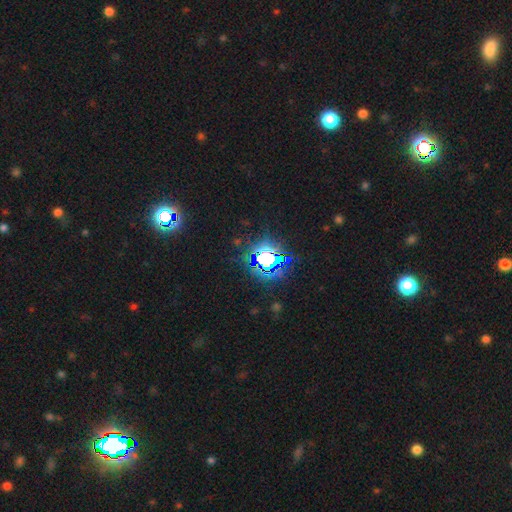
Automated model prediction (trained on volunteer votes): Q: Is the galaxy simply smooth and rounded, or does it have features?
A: star or artifact — 81%.